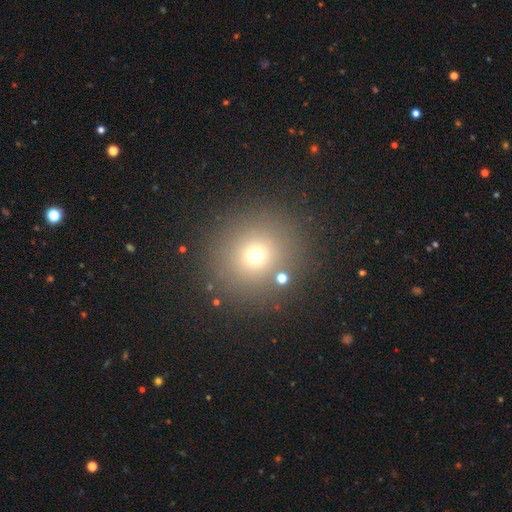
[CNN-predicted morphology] This is likely a smooth galaxy (67%). How rounded: clearly round (92%). Merging: clearly none (85%).